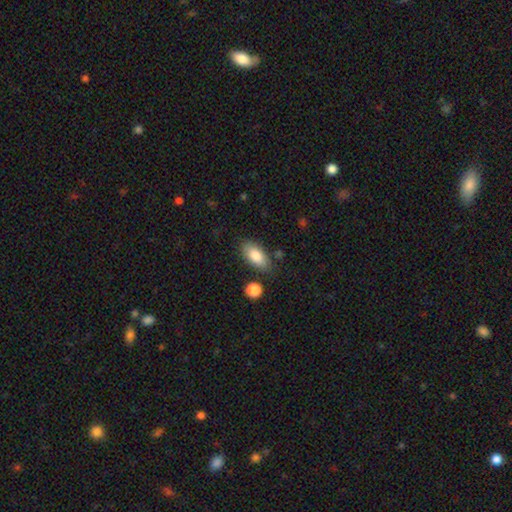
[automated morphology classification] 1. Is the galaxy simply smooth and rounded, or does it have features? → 84% smooth, 10% featured or disk, 6% star or artifact.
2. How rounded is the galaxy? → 88% in between, 8% cigar-shaped, 3% round.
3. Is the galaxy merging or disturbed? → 79% none, 14% minor disturbance, 4% merger, 3% major disturbance.